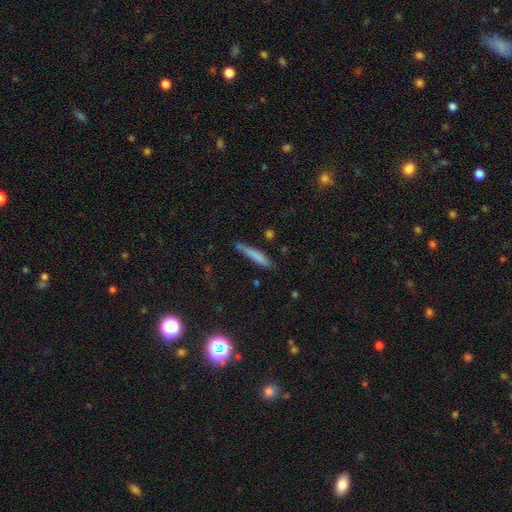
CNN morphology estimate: Smooth or featured?
  - smooth: 72% *
  - featured or disk: 20%
  - star or artifact: 8%
How rounded?
  - cigar-shaped: 93% *
  - in between: 5%
  - round: 1%
Merging?
  - none: 76% *
  - minor disturbance: 17%
  - major disturbance: 3%
  - merger: 3%